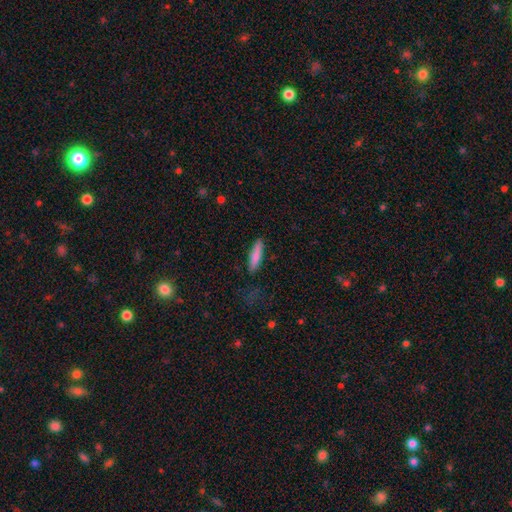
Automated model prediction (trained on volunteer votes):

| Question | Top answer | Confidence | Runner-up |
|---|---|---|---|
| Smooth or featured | smooth | 81% | featured or disk (13%) |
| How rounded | cigar-shaped | 82% | in between (17%) |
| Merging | none | 86% | minor disturbance (10%) |